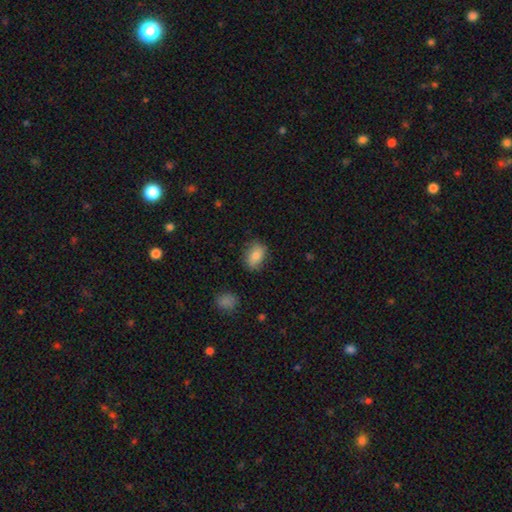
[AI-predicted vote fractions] smooth 81%, featured or disk 11%, star or artifact 8%. Down the decision tree: how rounded — in between (75%); merging — none (79%).